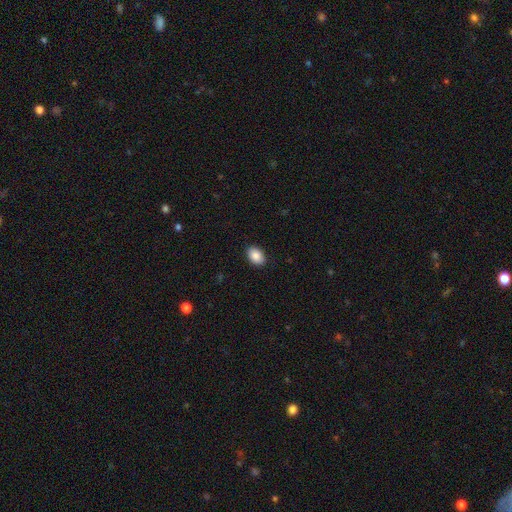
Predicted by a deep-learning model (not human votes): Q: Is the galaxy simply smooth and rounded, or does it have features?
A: smooth — 89%.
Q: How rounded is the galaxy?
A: in between — 83%.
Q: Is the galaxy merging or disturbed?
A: none — 90%.